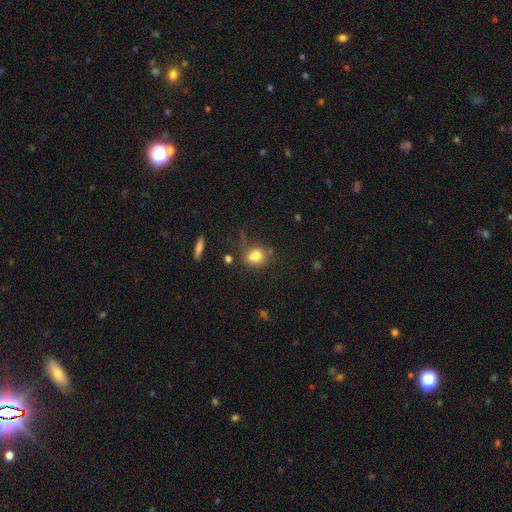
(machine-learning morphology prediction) smooth-or-featured: smooth: 78% | star or artifact: 12% | featured or disk: 11%
  how-rounded: round: 62% | in between: 36% | cigar-shaped: 2%
  merging: none: 63% | minor disturbance: 20% | merger: 9% | major disturbance: 7%